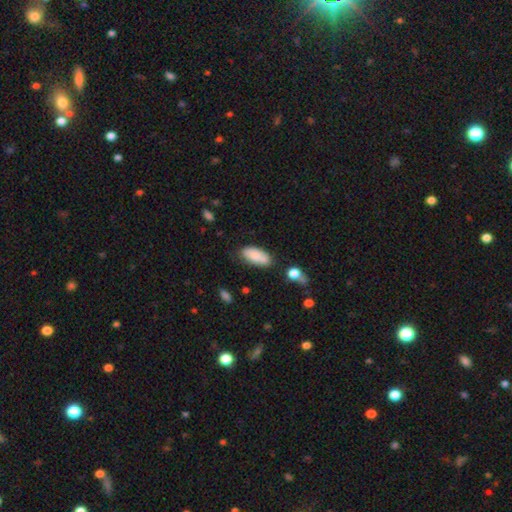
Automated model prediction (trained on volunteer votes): A smooth galaxy with no disk features (82%) that is in between round and cigar-shaped (87%). Merging: none (67%).